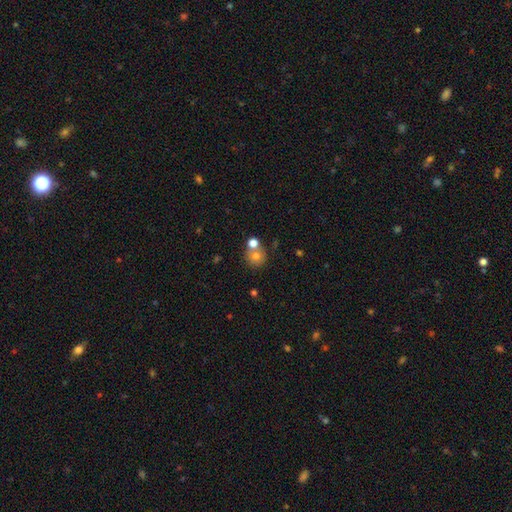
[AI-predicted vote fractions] Overall: smooth (74%). How rounded: round (87%). Merging: none (55%; merger 33%).